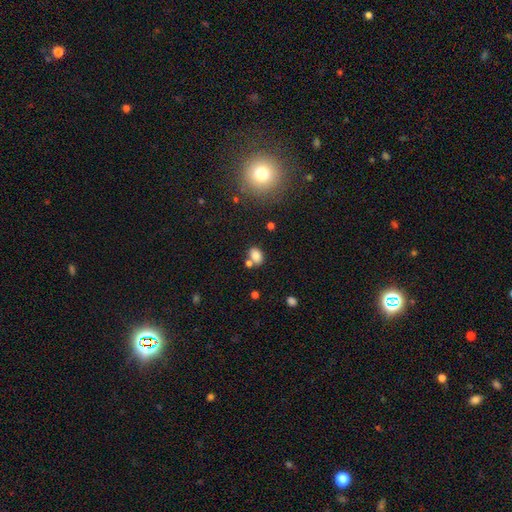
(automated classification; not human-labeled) smooth_or_featured: smooth (p=0.81) [alt: star or artifact p=0.11]
how_rounded: in between (p=0.75) [alt: round p=0.24]
merging: none (p=0.54) [alt: merger p=0.28]